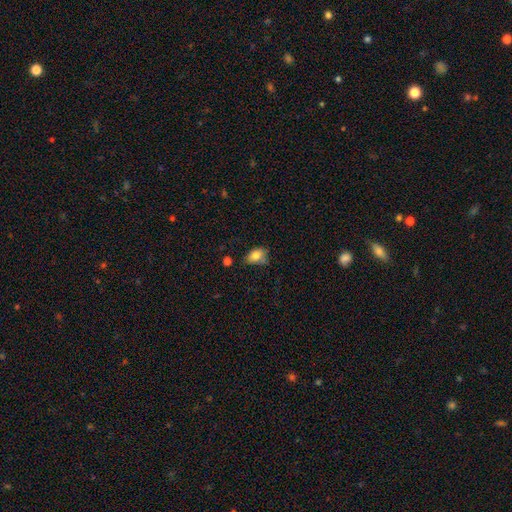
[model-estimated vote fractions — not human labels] Smooth or featured? Predicted: smooth (p=0.80). How rounded? Predicted: in between (p=0.77). Merging? Predicted: none (p=0.52).